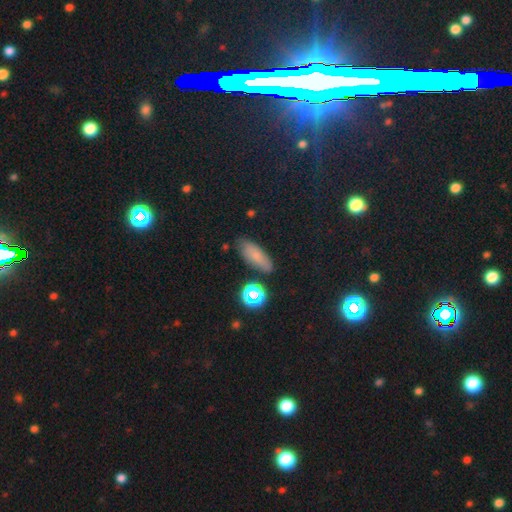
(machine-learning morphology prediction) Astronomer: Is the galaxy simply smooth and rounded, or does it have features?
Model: smooth — 72%.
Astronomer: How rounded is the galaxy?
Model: in between — 69%.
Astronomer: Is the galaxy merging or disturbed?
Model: none — 78%.